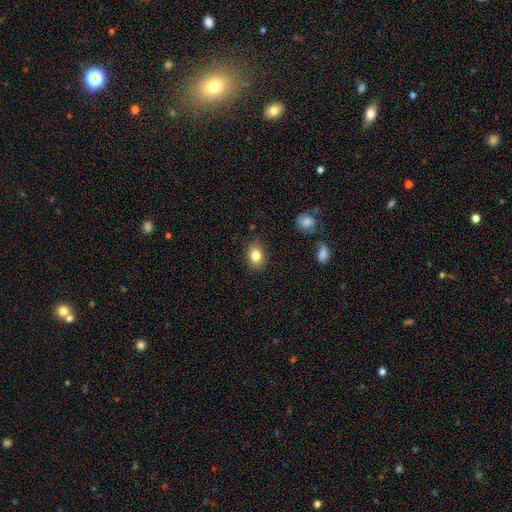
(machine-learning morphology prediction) type=smooth (82%); roundness=in between (68%); merging=none (82%).